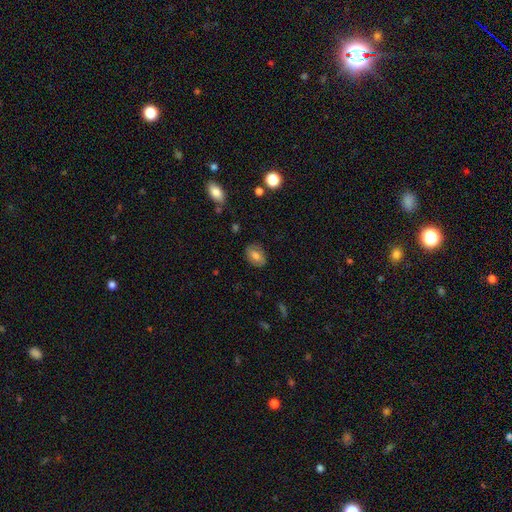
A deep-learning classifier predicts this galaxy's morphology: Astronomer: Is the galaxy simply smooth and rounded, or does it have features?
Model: smooth — 68%.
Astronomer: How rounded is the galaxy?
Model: in between — 81%.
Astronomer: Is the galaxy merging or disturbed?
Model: none — 83%.